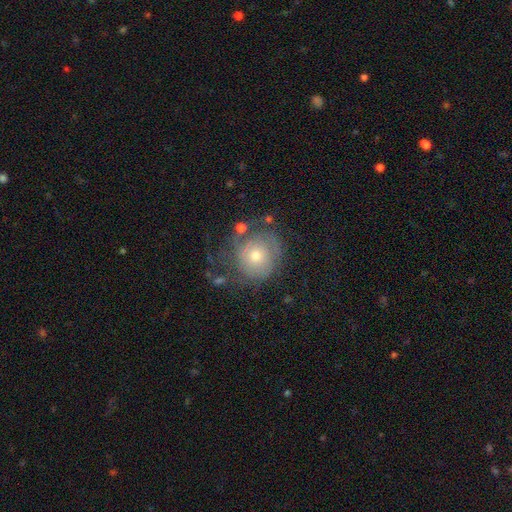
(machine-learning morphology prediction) Smooth or featured? featured or disk (56%)
Edge-on disk? no (97%)
Bar? no (85%)
Spiral arms? yes (70%)
Bulge size? moderate (60%)
Merging? none (59%)